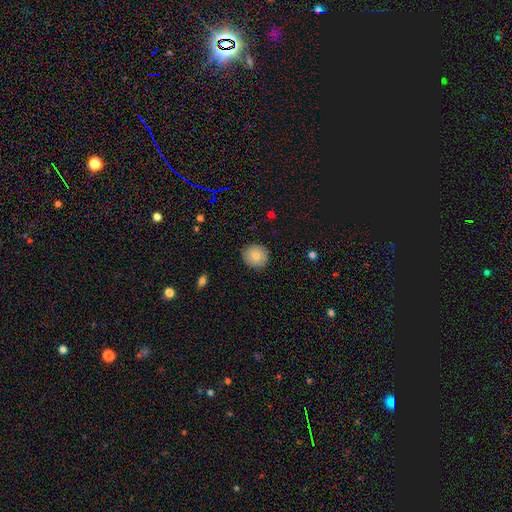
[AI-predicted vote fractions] Smooth or featured? Predicted: smooth (p=0.82). How rounded? Predicted: round (p=0.89). Merging? Predicted: none (p=0.88).